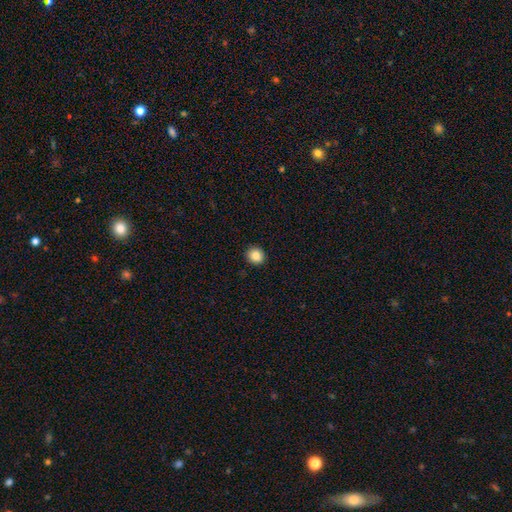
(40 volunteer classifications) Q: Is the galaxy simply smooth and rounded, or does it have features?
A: smooth — 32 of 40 (80%).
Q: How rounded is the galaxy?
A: round — 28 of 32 (88%).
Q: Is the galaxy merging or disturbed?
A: none — 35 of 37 (95%).